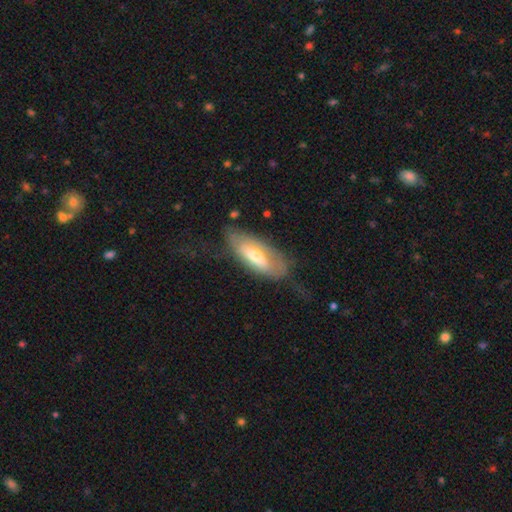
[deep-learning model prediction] This is possibly a smooth galaxy (51%). How rounded: likely in between (75%). Merging: possibly none (48%).